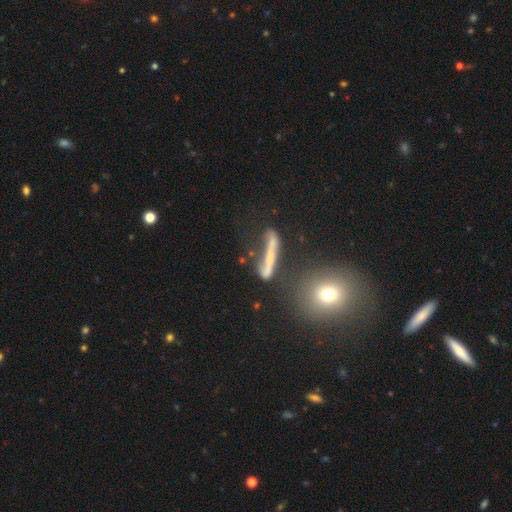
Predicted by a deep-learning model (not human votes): This is marginally a featured or disk galaxy (40%). Merging: possibly none (54%).